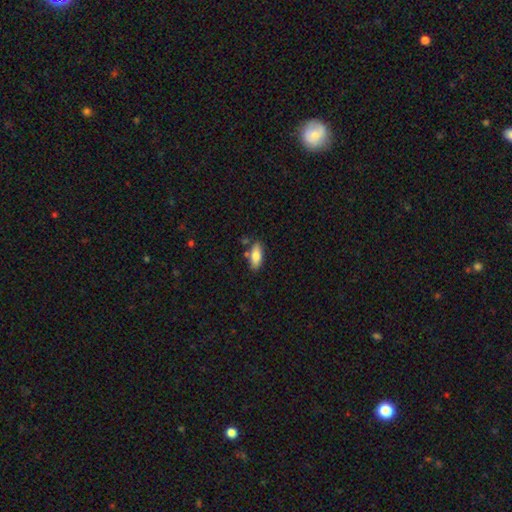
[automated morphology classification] type=smooth (82%); roundness=in between (81%); merging=none (78%).